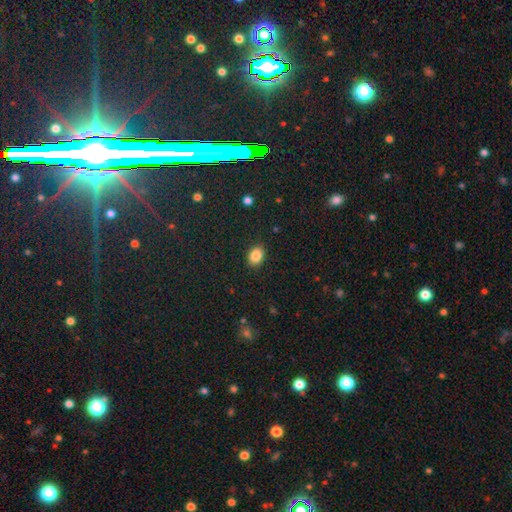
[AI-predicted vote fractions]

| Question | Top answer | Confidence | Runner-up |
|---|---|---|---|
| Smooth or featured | smooth | 85% | star or artifact (9%) |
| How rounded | in between | 67% | round (31%) |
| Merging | none | 87% | minor disturbance (9%) |